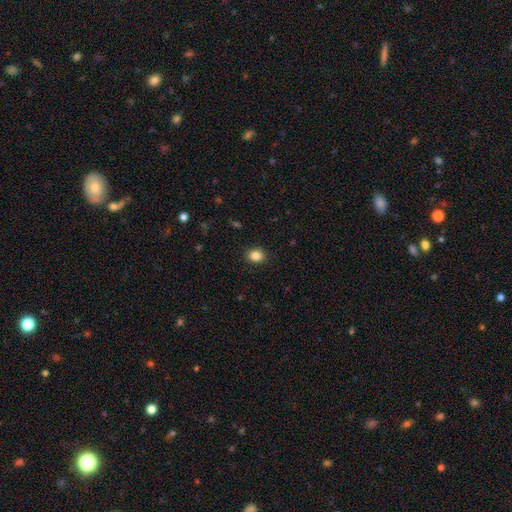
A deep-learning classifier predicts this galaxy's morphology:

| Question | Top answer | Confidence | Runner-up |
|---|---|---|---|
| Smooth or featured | smooth | 85% | star or artifact (10%) |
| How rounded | round | 55% | in between (44%) |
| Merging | none | 90% | minor disturbance (7%) |